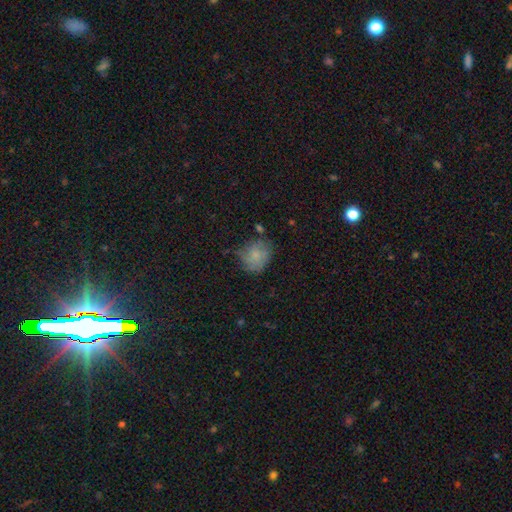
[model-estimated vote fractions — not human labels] This appears to be a smooth galaxy with no disk features (74%) that is round (71%). Merging: none (57%).